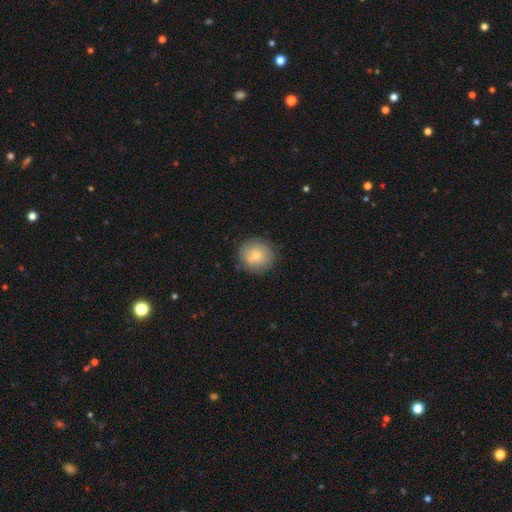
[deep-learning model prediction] Smooth or featured? smooth (76%)
How rounded? round (93%)
Merging? none (83%)